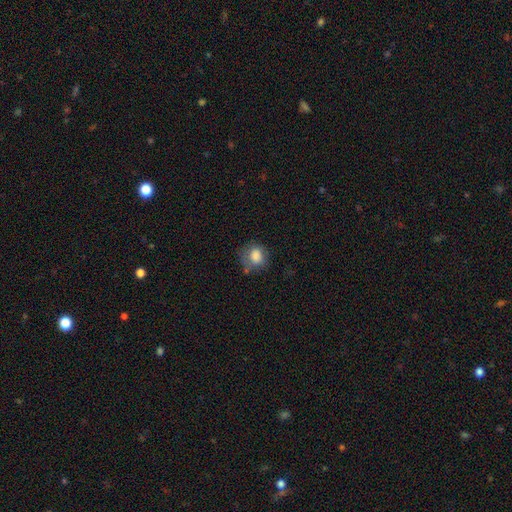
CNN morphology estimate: Q: Smooth or featured?
A: smooth (82%); runner-up: featured or disk (10%)
Q: How rounded?
A: round (68%); runner-up: in between (31%)
Q: Merging?
A: none (54%); runner-up: minor disturbance (28%)